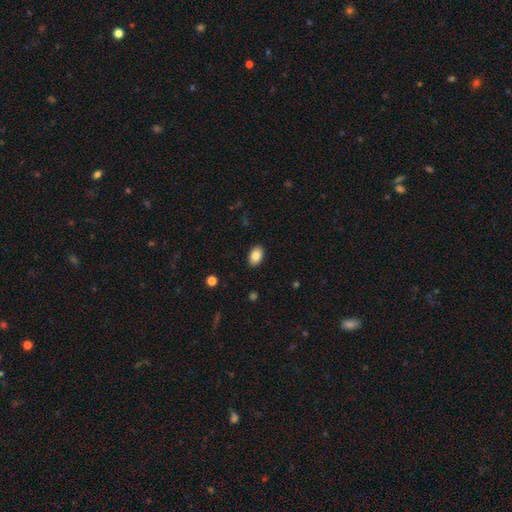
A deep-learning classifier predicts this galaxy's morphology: smooth_or_featured: smooth (p=0.85) [alt: star or artifact p=0.08]
how_rounded: in between (p=0.89) [alt: round p=0.10]
merging: none (p=0.89) [alt: minor disturbance p=0.08]